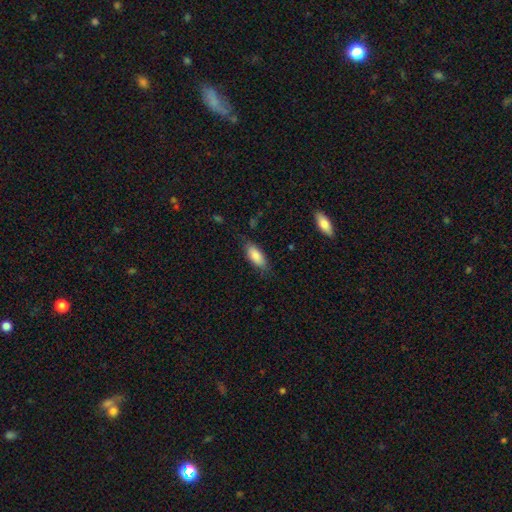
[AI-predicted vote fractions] A smooth galaxy with no disk features (85%) that is in between round and cigar-shaped (83%). Merging: none (75%).